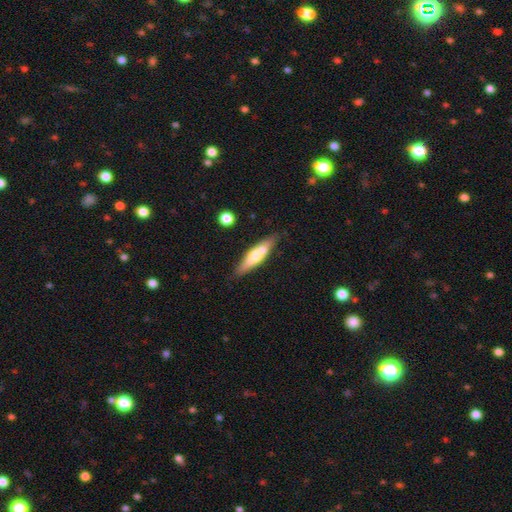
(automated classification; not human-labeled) Smooth or featured?
  - smooth: 48% *
  - featured or disk: 46%
  - star or artifact: 6%
Merging?
  - none: 70% *
  - minor disturbance: 15%
  - merger: 11%
  - major disturbance: 4%